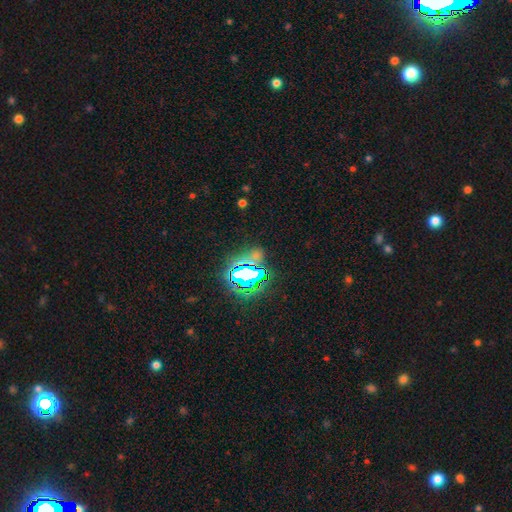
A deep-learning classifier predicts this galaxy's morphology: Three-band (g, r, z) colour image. It shows a star or artifact, not a galaxy (72%).